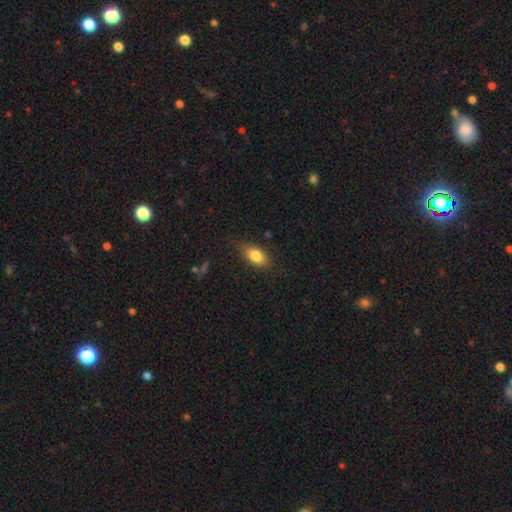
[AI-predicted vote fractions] This appears to be a smooth galaxy with no disk features (80%) that is in between round and cigar-shaped (84%). Merging: none (80%).